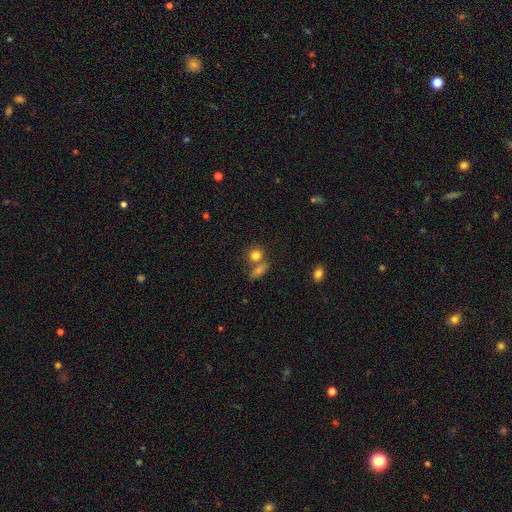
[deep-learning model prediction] Smooth or featured?
  - smooth: 79% *
  - star or artifact: 11%
  - featured or disk: 10%
How rounded?
  - round: 75% *
  - in between: 23%
  - cigar-shaped: 2%
Merging?
  - none: 52% *
  - merger: 35%
  - minor disturbance: 10%
  - major disturbance: 4%